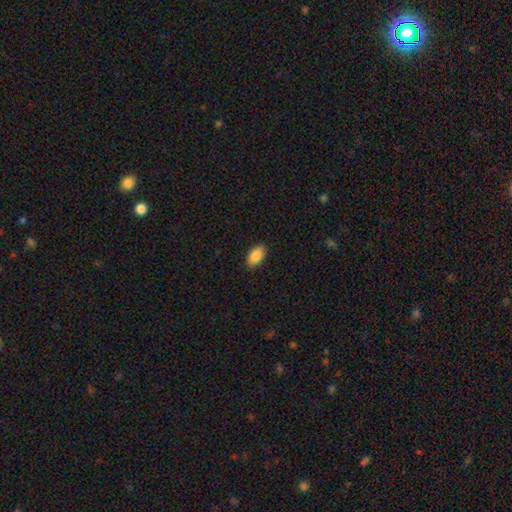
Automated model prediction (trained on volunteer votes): The model was most divided on "merging": none: 89%, minor disturbance: 8%, major disturbance: 2%, merger: 1%. More confident: how rounded — in between (93%); smooth or featured — smooth (88%).